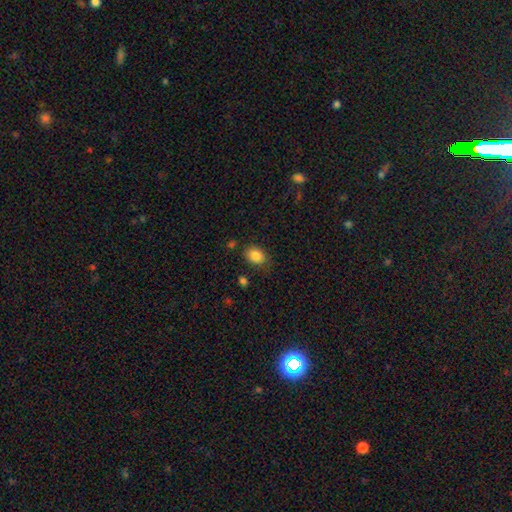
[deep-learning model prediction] Smooth or featured? smooth (85%)
How rounded? in between (66%)
Merging? none (76%)